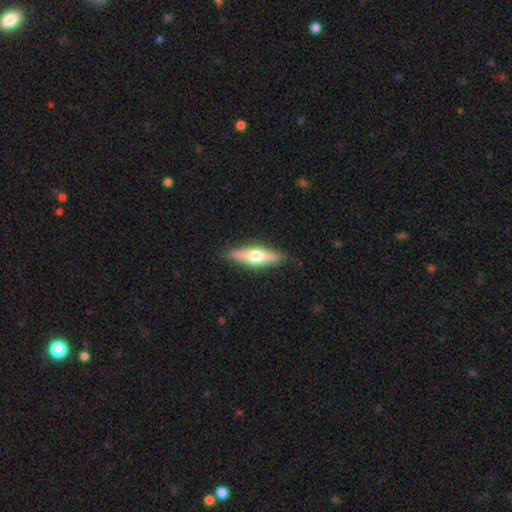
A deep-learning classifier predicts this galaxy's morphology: This is possibly a smooth galaxy (48%). Merging: clearly none (87%).